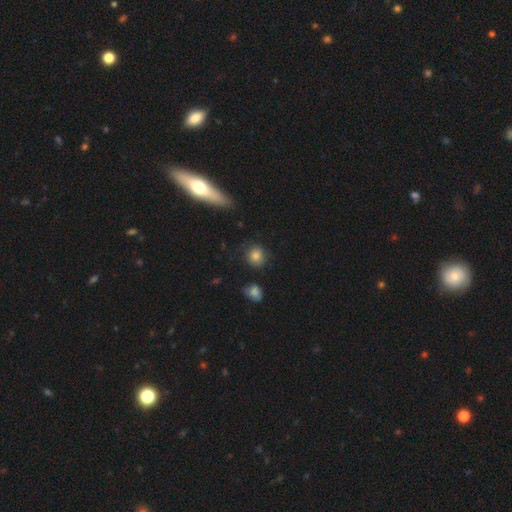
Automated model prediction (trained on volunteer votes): Smooth or featured? Predicted: smooth (p=0.83). How rounded? Predicted: round (p=0.83). Merging? Predicted: none (p=0.78).